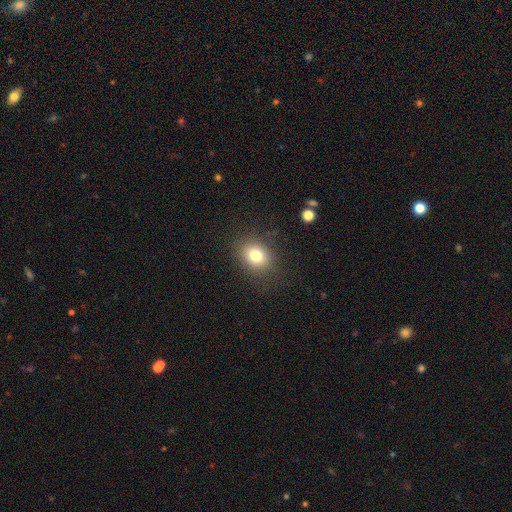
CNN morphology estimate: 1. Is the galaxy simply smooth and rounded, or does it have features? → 78% smooth, 12% star or artifact, 10% featured or disk.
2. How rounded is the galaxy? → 50% in between, 49% round, 1% cigar-shaped.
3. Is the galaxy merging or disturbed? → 83% none, 11% minor disturbance, 5% major disturbance, 1% merger.